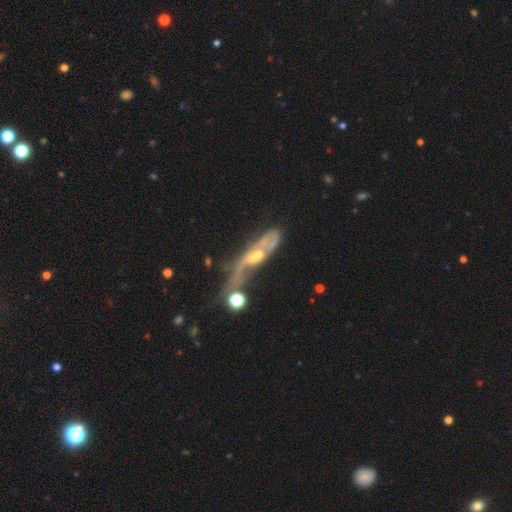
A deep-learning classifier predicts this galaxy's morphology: The model was most divided on "merging": none: 30%, major disturbance: 28%, merger: 23%, minor disturbance: 19%. More confident: smooth or featured — featured or disk (74%); edge-on disk — no (65%).